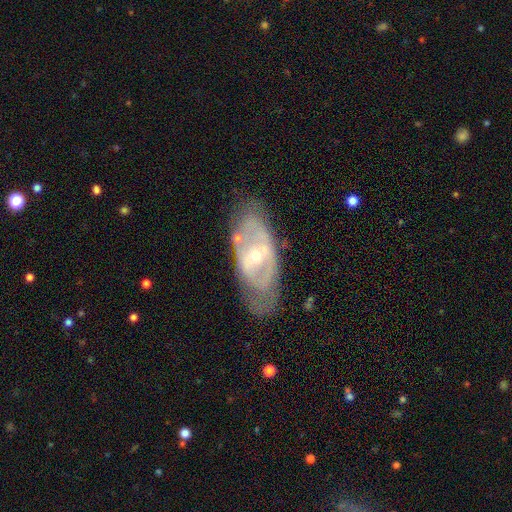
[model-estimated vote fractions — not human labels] This is likely a featured or disk galaxy (76%). It is clearly not viewed edge-on (90%). Bar: marginally no (39%). Spiral arm pattern: possibly no (50%, tied with yes). Central bulge: possibly small (60%). Merging: likely none (69%).